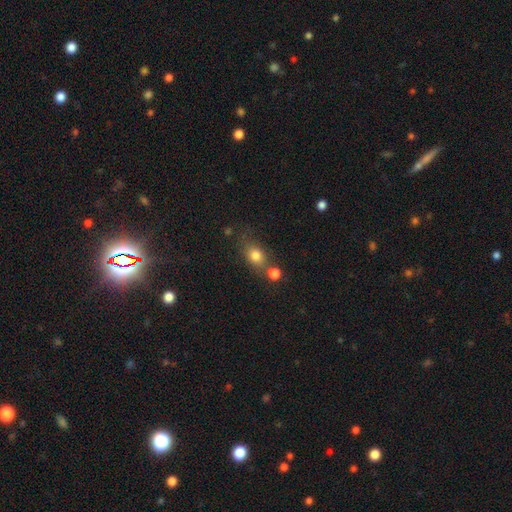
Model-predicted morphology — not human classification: A smooth galaxy with no disk features (78%) that is in between round and cigar-shaped (53%).

Vote fractions:
- Smooth or featured? smooth: 78% / star or artifact: 12% / featured or disk: 11%
- How rounded? in between: 53% / round: 44% / cigar-shaped: 3%
- Merging? none: 51% / merger: 29% / minor disturbance: 14% / major disturbance: 6%